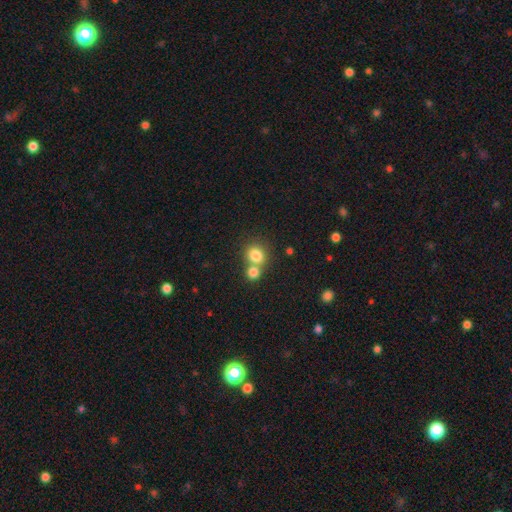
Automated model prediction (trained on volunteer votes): Smooth or featured: smooth — 80% (star or artifact — 11%)
How rounded: round — 79% (in between — 20%)
Merging: merger — 45% (tied with none — 45%)